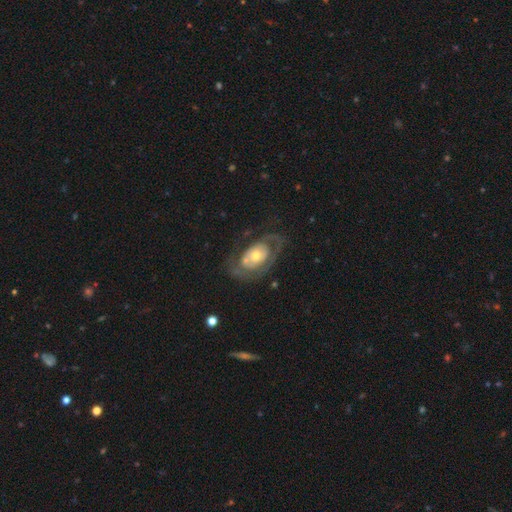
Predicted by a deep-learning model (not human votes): Morphology: type=featured or disk (72%); edge-on=no (94%); bar=no (82%); spiral arms=yes (59%); bulge=moderate (57%); merging=none (55%).